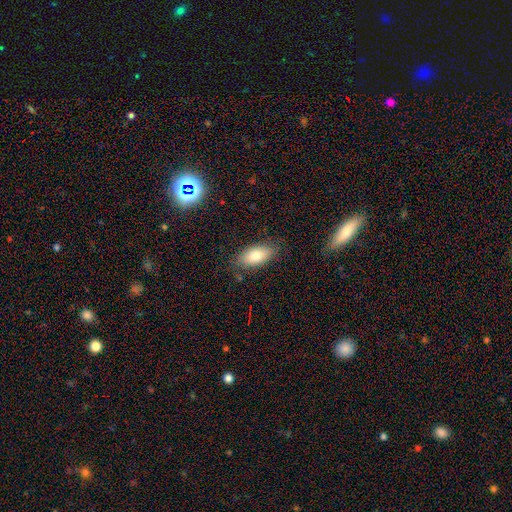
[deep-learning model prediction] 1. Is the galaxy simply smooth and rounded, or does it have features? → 78% smooth, 14% featured or disk, 7% star or artifact.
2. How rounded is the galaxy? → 89% in between, 8% cigar-shaped, 3% round.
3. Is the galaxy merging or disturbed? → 81% none, 14% minor disturbance, 3% major disturbance, 2% merger.